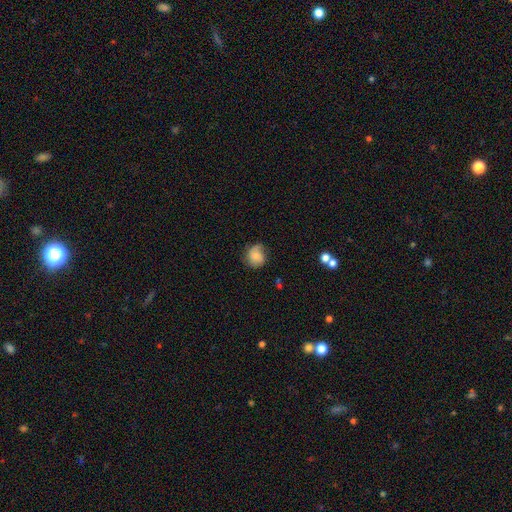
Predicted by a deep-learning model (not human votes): Smooth or featured?
  - smooth: 63% *
  - featured or disk: 28%
  - star or artifact: 9%
How rounded?
  - round: 78% *
  - in between: 21%
  - cigar-shaped: 1%
Merging?
  - none: 62% *
  - minor disturbance: 27%
  - major disturbance: 9%
  - merger: 2%